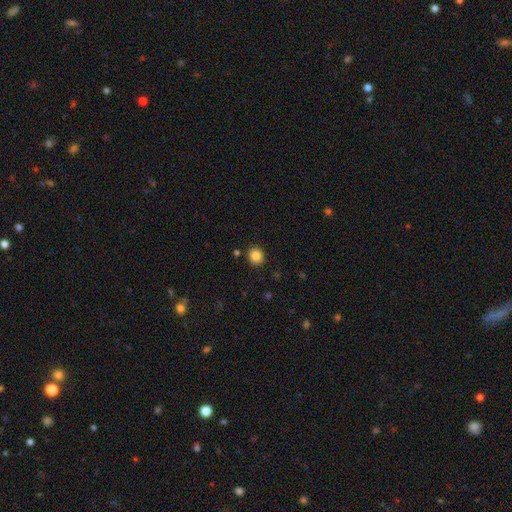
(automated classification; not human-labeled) smooth_or_featured: smooth (p=0.85) [alt: star or artifact p=0.10]
how_rounded: round (p=0.81) [alt: in between p=0.18]
merging: none (p=0.88) [alt: minor disturbance p=0.08]